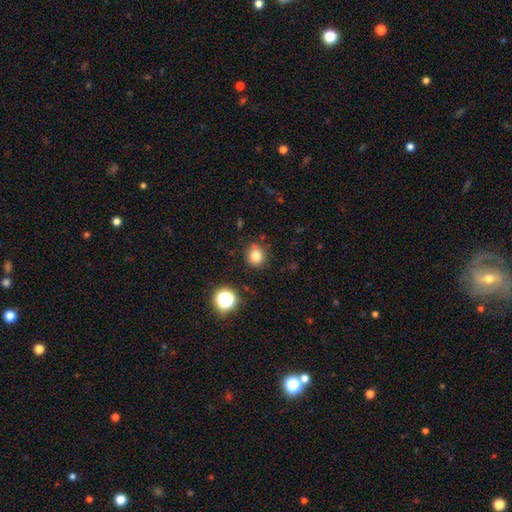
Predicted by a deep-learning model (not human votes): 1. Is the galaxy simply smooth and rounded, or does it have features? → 80% smooth, 13% star or artifact, 6% featured or disk.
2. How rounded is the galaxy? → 80% round, 19% in between, 1% cigar-shaped.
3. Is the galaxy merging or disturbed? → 84% none, 11% minor disturbance, 3% major disturbance, 2% merger.